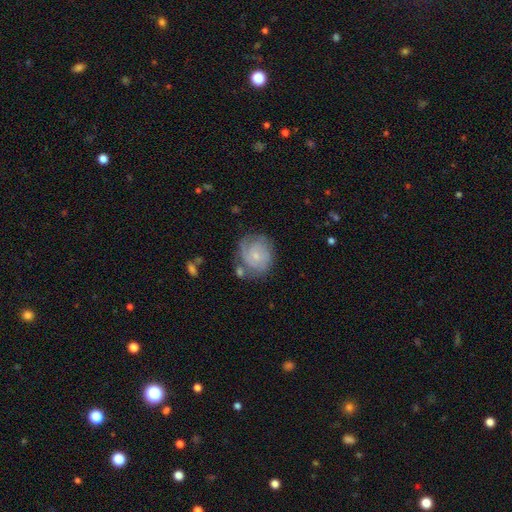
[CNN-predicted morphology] The model was most divided on "spiral arm count": can't tell: 37%, 2: 27%, 3: 19%, 1: 7%, 4: 6%, more than 4: 4%. More confident: edge-on disk — no (98%); spiral arms — yes (87%); bar — no (74%); bulge size — small (72%); merging — none (62%); smooth or featured — featured or disk (62%); spiral winding — tight (59%).